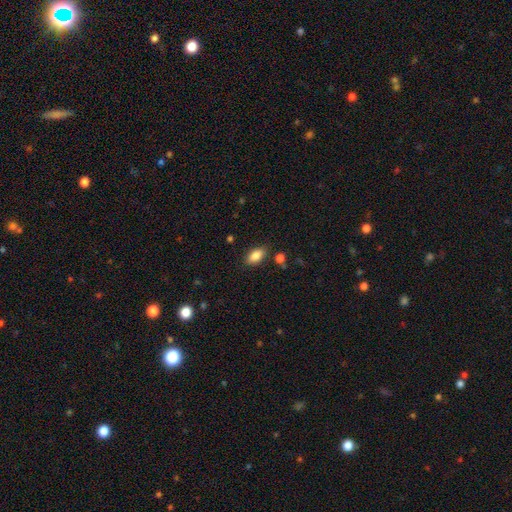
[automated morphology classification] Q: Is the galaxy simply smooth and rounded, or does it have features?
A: smooth — 85%.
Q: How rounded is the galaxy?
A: in between — 91%.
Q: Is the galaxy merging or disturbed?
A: none — 84%.